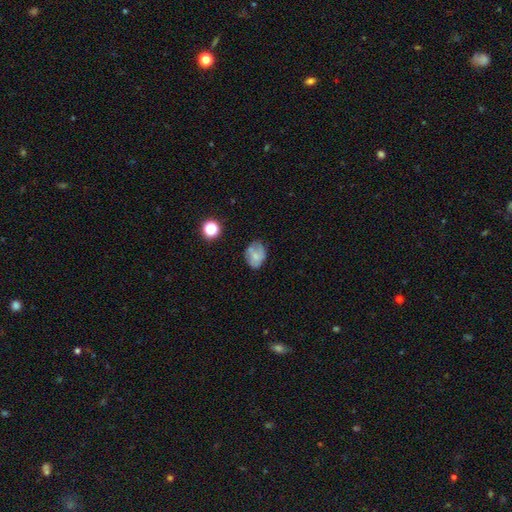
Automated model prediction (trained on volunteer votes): Overall: smooth (53%; featured or disk 36%). How rounded: in between (60%; round 39%). Merging: none (56%; minor disturbance 28%).